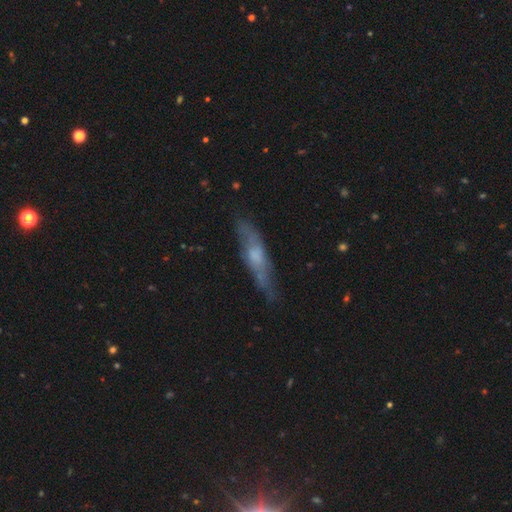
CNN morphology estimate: This appears to be a featured or disk galaxy (55%) viewed edge-on (65%). Merging: none (69%).